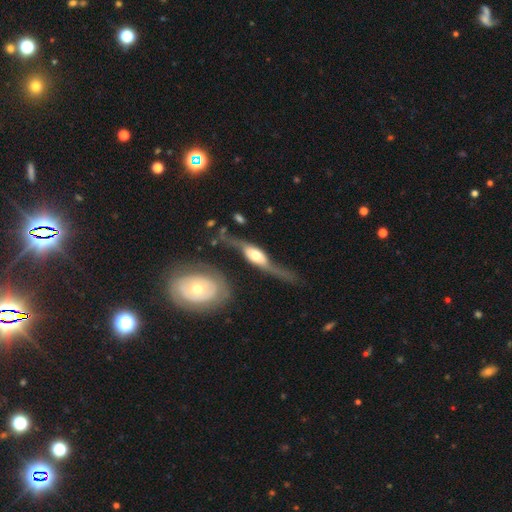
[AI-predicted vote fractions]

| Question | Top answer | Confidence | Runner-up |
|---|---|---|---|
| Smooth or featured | featured or disk | 76% | smooth (19%) |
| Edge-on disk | yes | 53% | no (47%) |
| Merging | none | 40% | major disturbance (30%) |